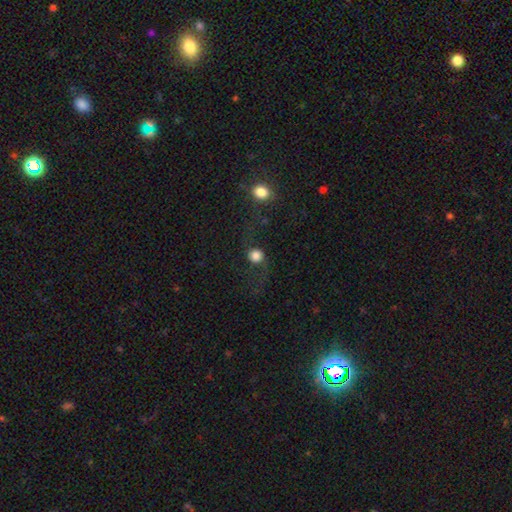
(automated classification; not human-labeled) Smooth or featured? smooth (70%)
How rounded? round (90%)
Merging? none (58%)